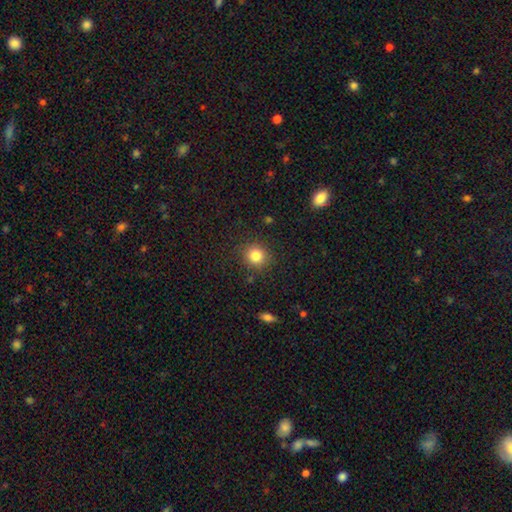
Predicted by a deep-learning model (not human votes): smooth_or_featured: smooth (p=0.83) [alt: star or artifact p=0.12]
how_rounded: round (p=0.89) [alt: in between p=0.10]
merging: none (p=0.88) [alt: minor disturbance p=0.08]